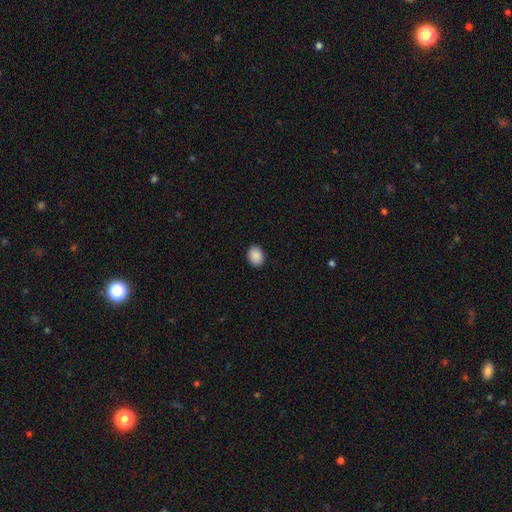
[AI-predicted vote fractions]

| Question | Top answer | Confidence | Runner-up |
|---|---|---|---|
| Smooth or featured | smooth | 90% | star or artifact (8%) |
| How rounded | in between | 57% | round (42%) |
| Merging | none | 90% | minor disturbance (7%) |